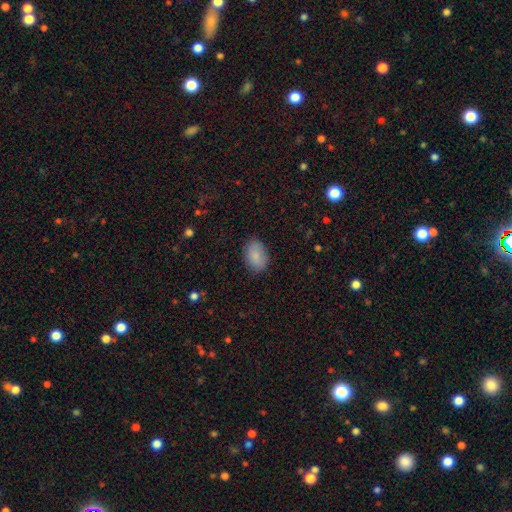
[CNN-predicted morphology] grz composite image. It shows a smooth galaxy with no disk features (87%) that is in between round and cigar-shaped (86%). Merging: none (85%).